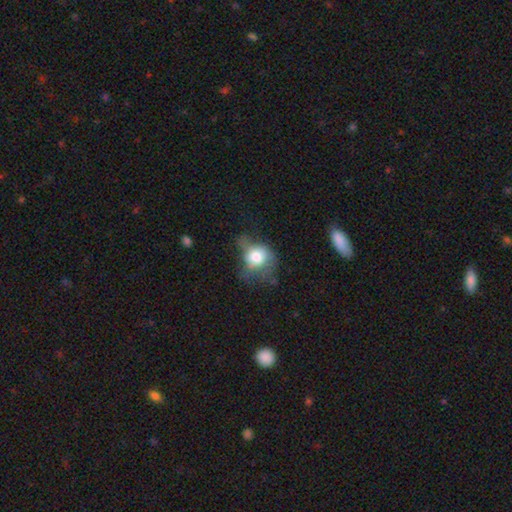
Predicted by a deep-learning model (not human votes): Morphology: type=smooth (66%); roundness=round (58%); merging=major disturbance (38%).